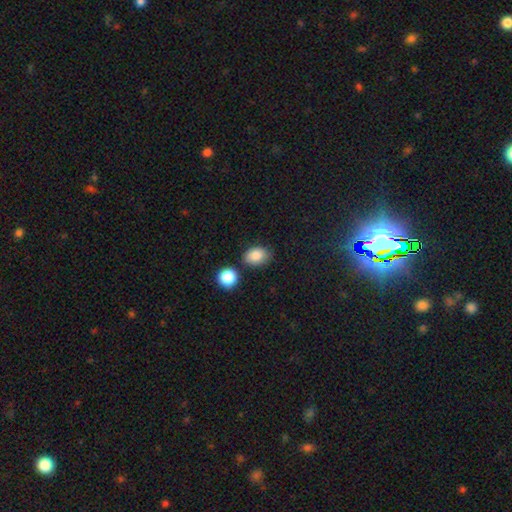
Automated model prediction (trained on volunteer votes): Smooth or featured?
  - smooth: 85% *
  - star or artifact: 9%
  - featured or disk: 6%
How rounded?
  - in between: 72% *
  - round: 27%
  - cigar-shaped: 1%
Merging?
  - none: 70% *
  - minor disturbance: 17%
  - merger: 9%
  - major disturbance: 4%